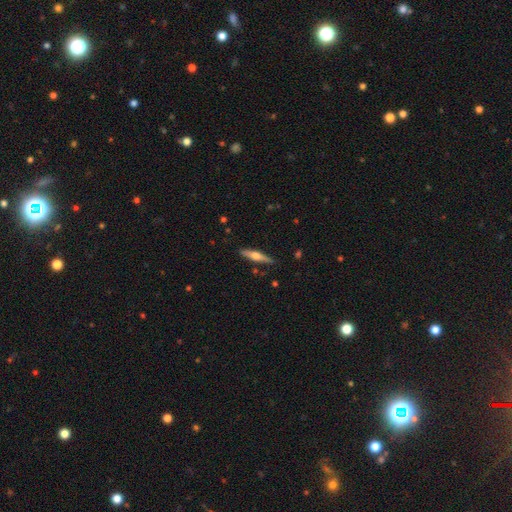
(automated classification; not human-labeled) Smooth or featured?
  - featured or disk: 57% *
  - smooth: 37%
  - star or artifact: 6%
Edge-on disk?
  - yes: 96% *
  - no: 4%
Edge-on bulge?
  - rounded: 91% *
  - boxy: 5%
  - none: 4%
Merging?
  - none: 88% *
  - minor disturbance: 9%
  - major disturbance: 2%
  - merger: 2%